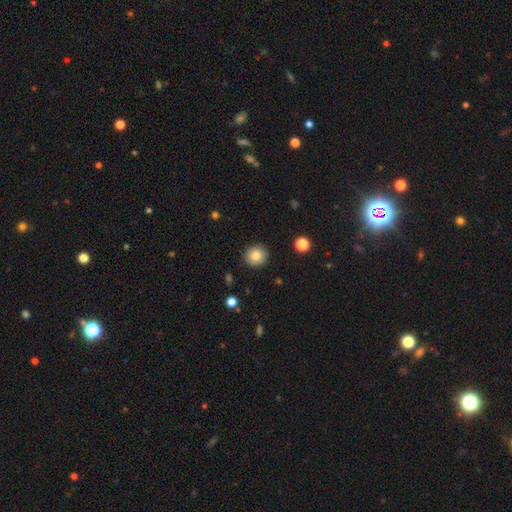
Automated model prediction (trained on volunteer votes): Smooth or featured? smooth (83%)
How rounded? round (92%)
Merging? none (90%)